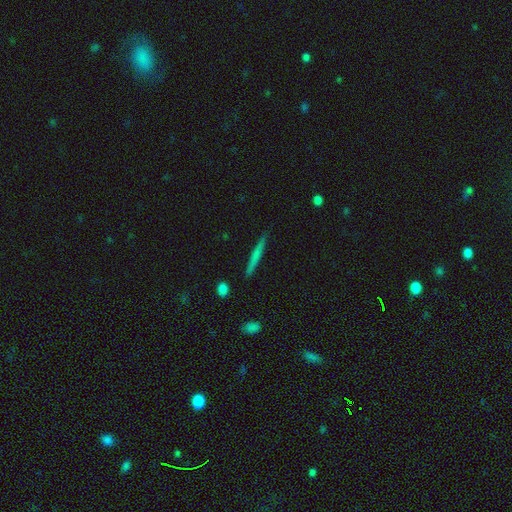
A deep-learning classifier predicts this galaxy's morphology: type=smooth (56%); roundness=cigar-shaped (95%); merging=none (89%).